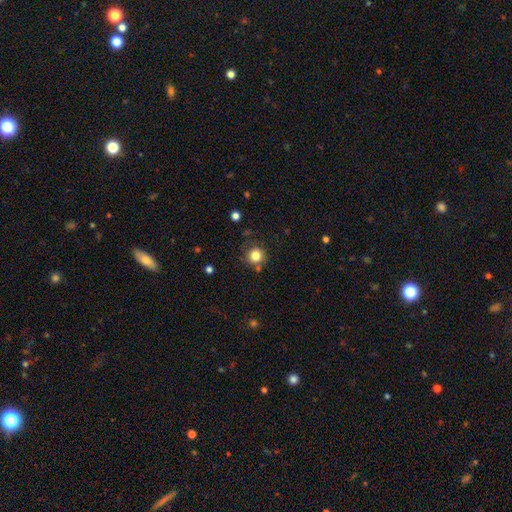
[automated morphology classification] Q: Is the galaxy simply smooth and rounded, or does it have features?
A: smooth — 82%.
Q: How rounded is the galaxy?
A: round — 92%.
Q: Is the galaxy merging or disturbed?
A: none — 78%.